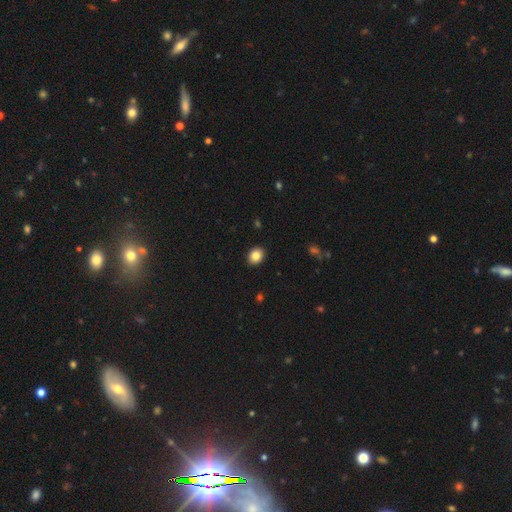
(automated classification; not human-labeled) smooth-or-featured: smooth: 85% | star or artifact: 9% | featured or disk: 6%
  how-rounded: round: 53% | in between: 46% | cigar-shaped: 1%
  merging: none: 91% | minor disturbance: 6% | major disturbance: 2% | merger: 1%